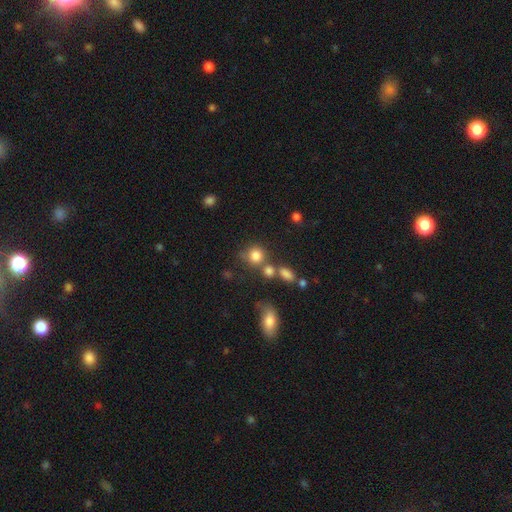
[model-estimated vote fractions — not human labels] Overall: smooth (80%). How rounded: round (83%). Merging: none (57%; merger 24%).